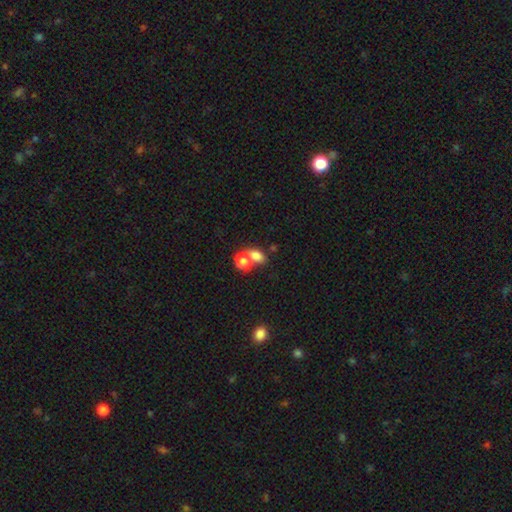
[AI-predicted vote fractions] This is likely a smooth galaxy (77%). How rounded: likely in between (67%). Merging: possibly merger (48%).